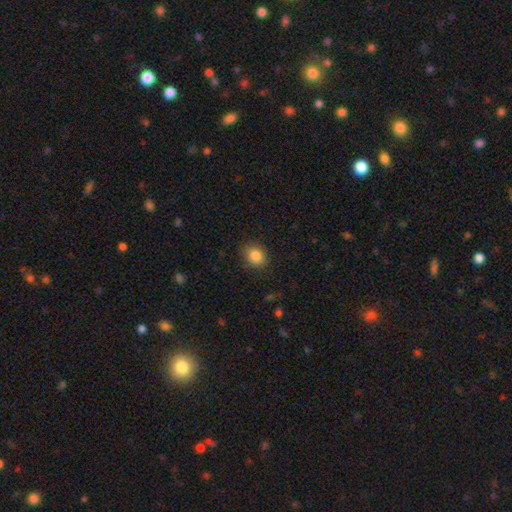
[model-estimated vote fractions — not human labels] Q: Smooth or featured?
A: smooth (86%); runner-up: star or artifact (10%)
Q: How rounded?
A: round (64%); runner-up: in between (35%)
Q: Merging?
A: none (86%); runner-up: minor disturbance (11%)